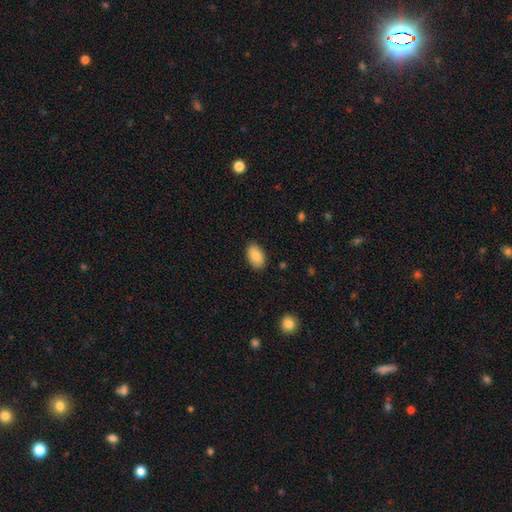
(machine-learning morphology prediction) Smooth or featured?
  - smooth: 85% *
  - featured or disk: 8%
  - star or artifact: 7%
How rounded?
  - in between: 93% *
  - round: 6%
  - cigar-shaped: 2%
Merging?
  - none: 86% *
  - minor disturbance: 10%
  - major disturbance: 2%
  - merger: 1%